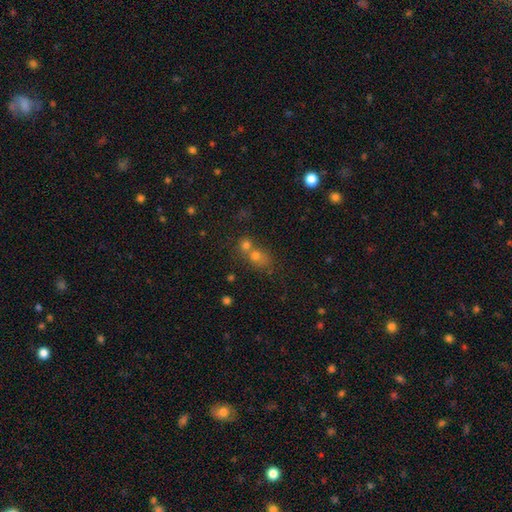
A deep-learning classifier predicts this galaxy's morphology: The model was most divided on "merging": merger: 51%, none: 38%, minor disturbance: 7%, major disturbance: 4%. More confident: how rounded — round (63%); smooth or featured — smooth (60%).